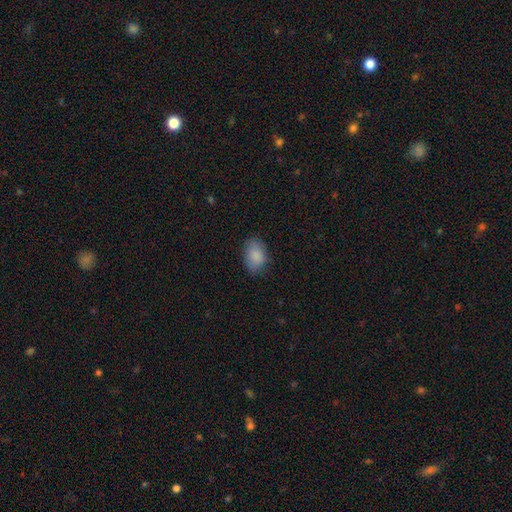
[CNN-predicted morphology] A smooth galaxy with no disk features (88%) that is in between round and cigar-shaped (86%). Merging: none (79%).